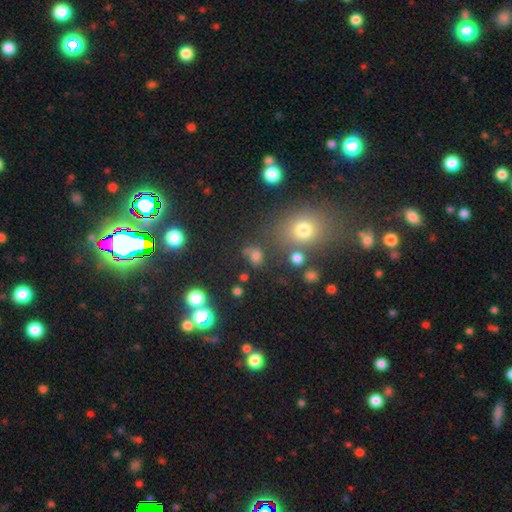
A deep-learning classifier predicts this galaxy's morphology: smooth_or_featured: smooth (p=0.68) [alt: star or artifact p=0.24]
how_rounded: round (p=0.63) [alt: in between p=0.35]
merging: none (p=0.66) [alt: minor disturbance p=0.14]